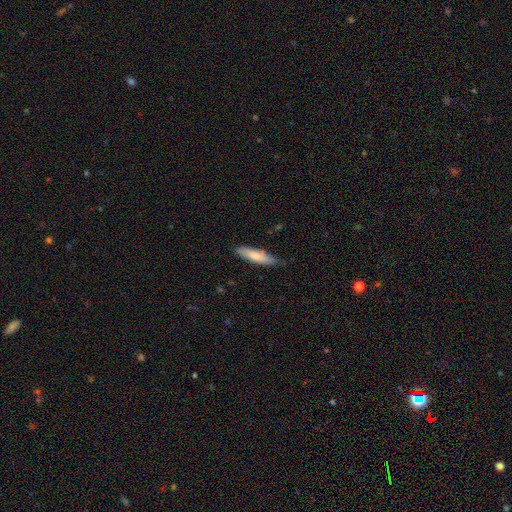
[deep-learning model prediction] Smooth or featured?
  - smooth: 79% *
  - featured or disk: 16%
  - star or artifact: 5%
How rounded?
  - cigar-shaped: 75% *
  - in between: 23%
  - round: 1%
Merging?
  - none: 77% *
  - minor disturbance: 19%
  - major disturbance: 3%
  - merger: 1%